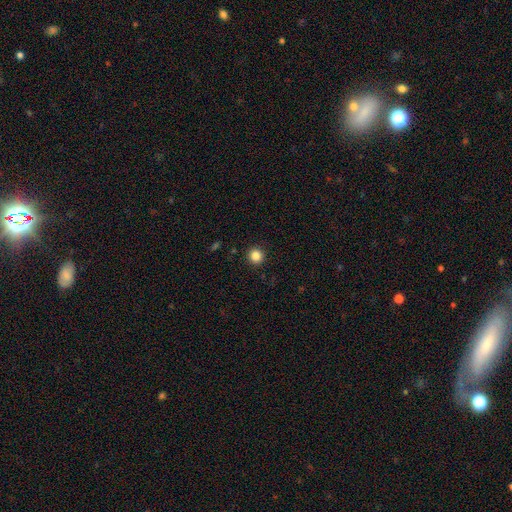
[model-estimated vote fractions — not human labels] smooth_or_featured: smooth (p=0.85) [alt: star or artifact p=0.11]
how_rounded: round (p=0.95) [alt: in between p=0.04]
merging: none (p=0.93) [alt: minor disturbance p=0.05]